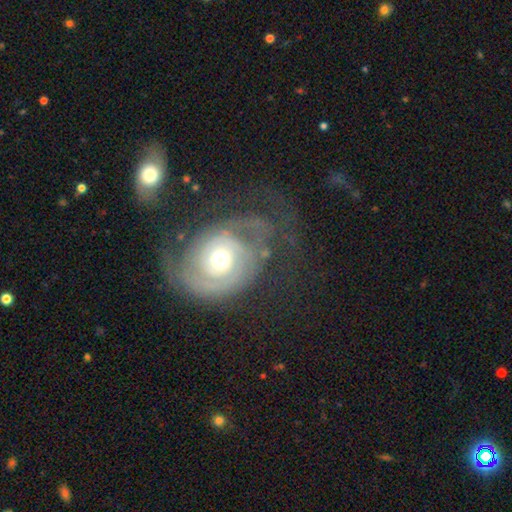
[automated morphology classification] Smooth or featured? Predicted: featured or disk (p=0.79). Edge-on disk? Predicted: no (p=0.97). Bar? Predicted: no (p=0.74). Spiral arms? Predicted: yes (p=0.84). Spiral winding? Predicted: tight (p=0.54). Spiral arm count? Predicted: 2 (p=0.43). Bulge size? Predicted: moderate (p=0.65). Merging? Predicted: none (p=0.43).